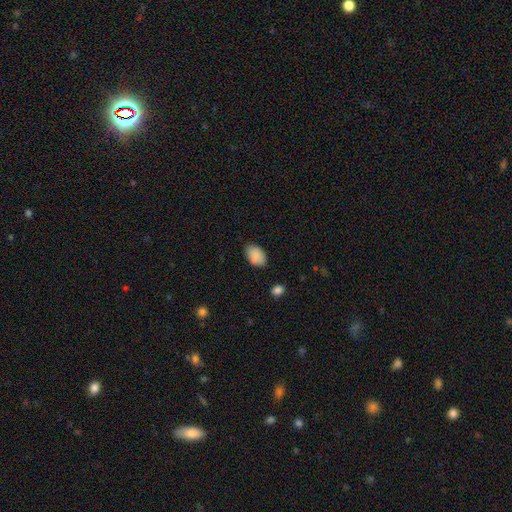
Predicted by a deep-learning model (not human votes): Morphology: type=smooth (87%); roundness=in between (88%); merging=none (75%).